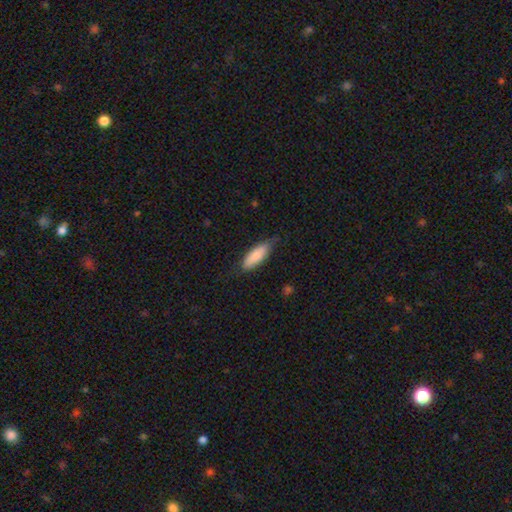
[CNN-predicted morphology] Smooth or featured? Predicted: smooth (p=0.81). How rounded? Predicted: in between (p=0.61). Merging? Predicted: none (p=0.68).